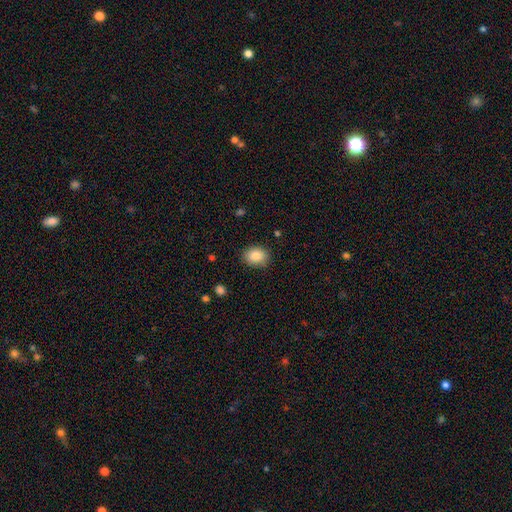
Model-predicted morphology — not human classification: Smooth or featured? smooth (86%)
How rounded? in between (55%)
Merging? none (86%)